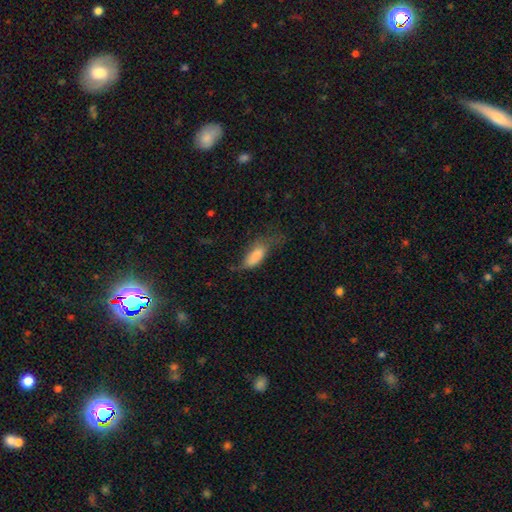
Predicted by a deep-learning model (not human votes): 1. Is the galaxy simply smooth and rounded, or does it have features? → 77% smooth, 15% featured or disk, 8% star or artifact.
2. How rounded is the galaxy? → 82% in between, 15% cigar-shaped, 3% round.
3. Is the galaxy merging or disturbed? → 34% major disturbance, 33% minor disturbance, 29% none, 3% merger.